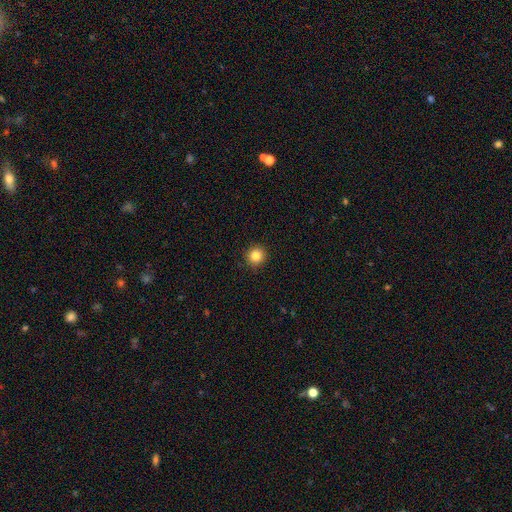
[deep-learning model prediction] Q: Smooth or featured?
A: smooth (84%); runner-up: star or artifact (11%)
Q: How rounded?
A: round (94%); runner-up: in between (5%)
Q: Merging?
A: none (92%); runner-up: minor disturbance (5%)